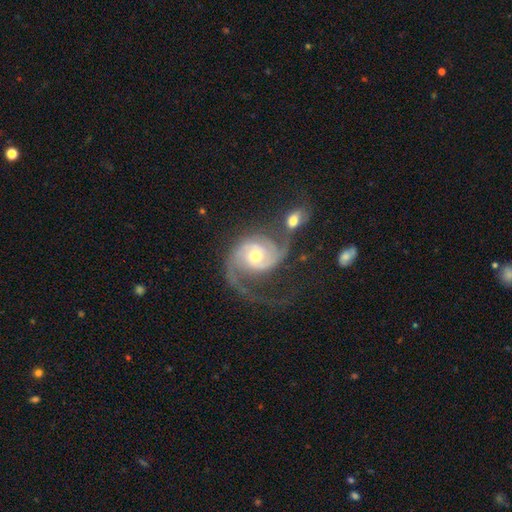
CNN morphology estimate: This is clearly a featured or disk galaxy (90%). It is clearly not viewed edge-on (98%). Bar: likely no (62%). Spiral arm pattern: clearly yes (98%). Spiral arm count: likely 2 (76%). Spiral winding: possibly medium (47%). Central bulge: likely moderate (63%). Merging: marginally none (38%).